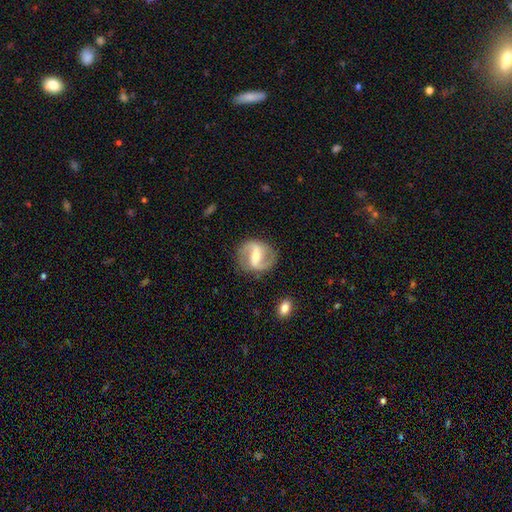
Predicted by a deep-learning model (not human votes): Smooth or featured? featured or disk (85%)
Edge-on disk? no (97%)
Bar? strong (54%)
Spiral arms? yes (91%)
Spiral winding? medium (50%)
Spiral arm count? 2 (92%)
Bulge size? moderate (53%)
Merging? none (84%)